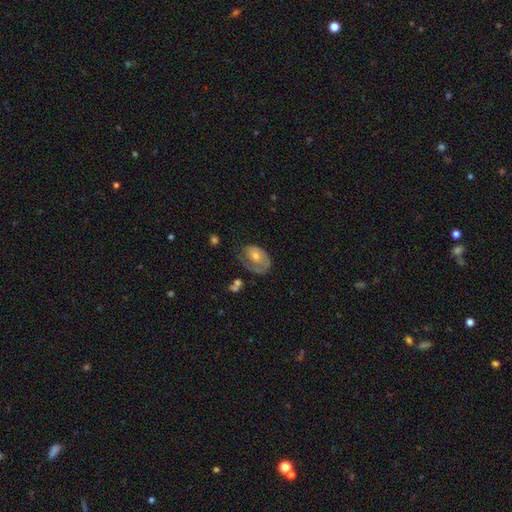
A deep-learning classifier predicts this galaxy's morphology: smooth-or-featured: featured or disk: 66% | smooth: 27% | star or artifact: 7%
  disk-edge-on: no: 97% | yes: 3%
    bar: no: 78% | weak: 19% | strong: 4%
    has-spiral-arms: yes: 75% | no: 25%
    bulge-size: moderate: 59% | small: 33% | large: 5% | none: 2% | dominant: 1%
  merging: none: 47% | minor disturbance: 24% | major disturbance: 24% | merger: 4%